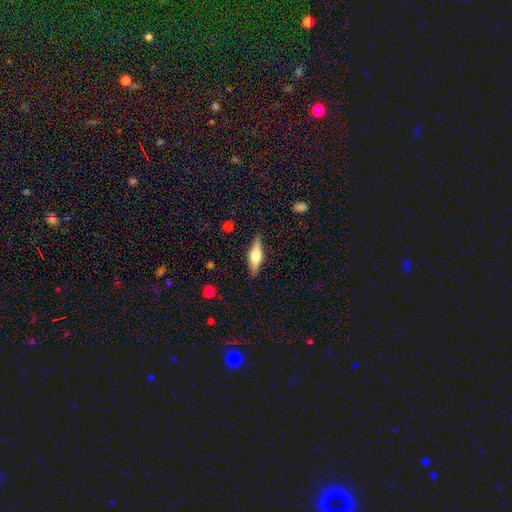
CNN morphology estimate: Q: Smooth or featured?
A: featured or disk (62%); runner-up: smooth (32%)
Q: Edge-on disk?
A: yes (96%); runner-up: no (4%)
Q: Edge-on bulge?
A: rounded (89%); runner-up: boxy (9%)
Q: Merging?
A: none (88%); runner-up: minor disturbance (9%)